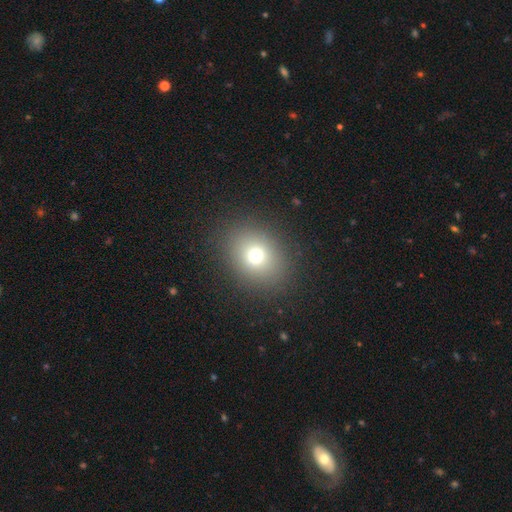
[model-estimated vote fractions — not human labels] Q: Smooth or featured?
A: smooth (72%); runner-up: star or artifact (17%)
Q: How rounded?
A: round (60%); runner-up: in between (39%)
Q: Merging?
A: none (88%); runner-up: minor disturbance (7%)